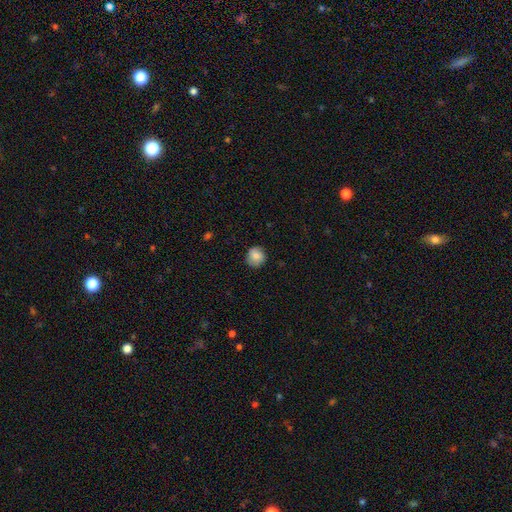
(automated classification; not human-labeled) smooth_or_featured: smooth (p=0.79) [alt: featured or disk p=0.13]
how_rounded: round (p=0.88) [alt: in between p=0.11]
merging: none (p=0.82) [alt: minor disturbance p=0.14]